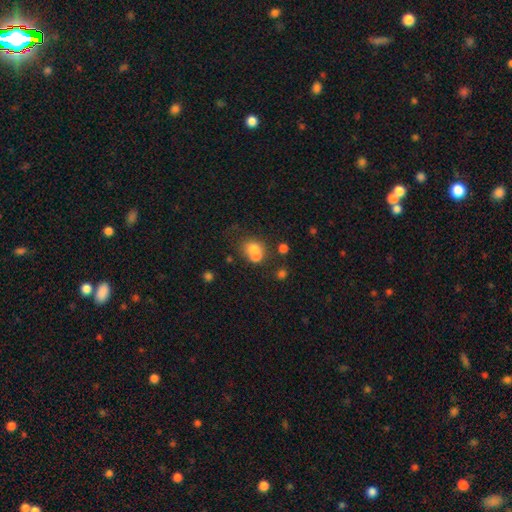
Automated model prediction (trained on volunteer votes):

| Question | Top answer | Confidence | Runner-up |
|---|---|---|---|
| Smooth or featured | smooth | 68% | featured or disk (20%) |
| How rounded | round | 58% | in between (41%) |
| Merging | merger | 57% | none (28%) |